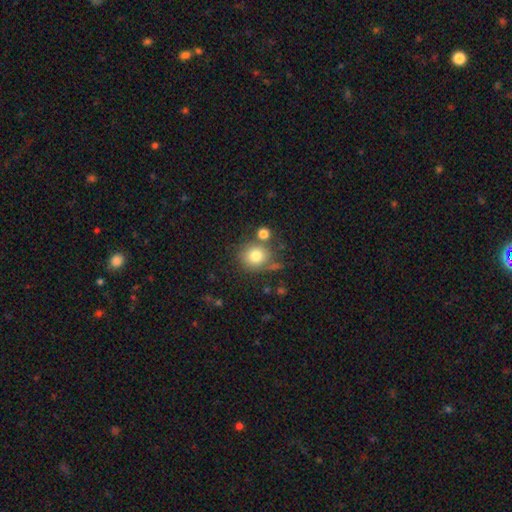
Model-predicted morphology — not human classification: This appears to be a smooth galaxy with no disk features (79%) that is round (84%). Merging: none (66%).